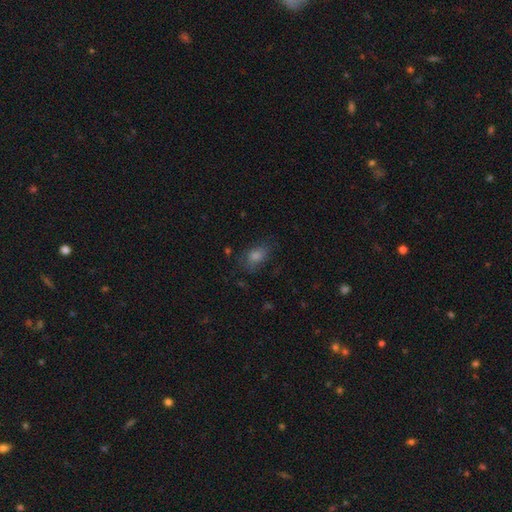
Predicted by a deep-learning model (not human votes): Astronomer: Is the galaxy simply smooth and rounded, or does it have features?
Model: smooth — 61%.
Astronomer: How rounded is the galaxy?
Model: in between — 76%.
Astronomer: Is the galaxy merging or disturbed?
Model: none — 74%.